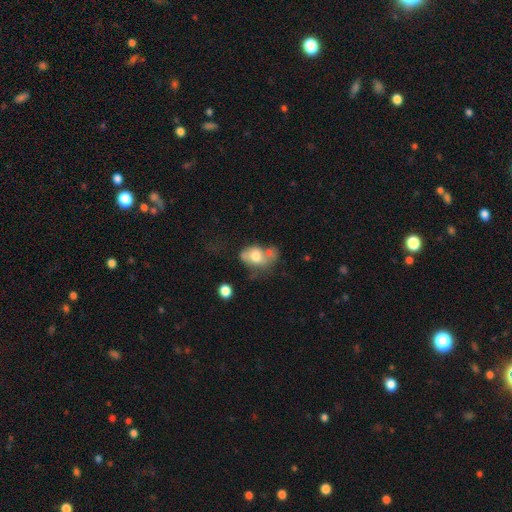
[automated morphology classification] smooth 65%, featured or disk 27%, star or artifact 9%. Down the decision tree: how rounded — in between (74%); merging — merger (34%).